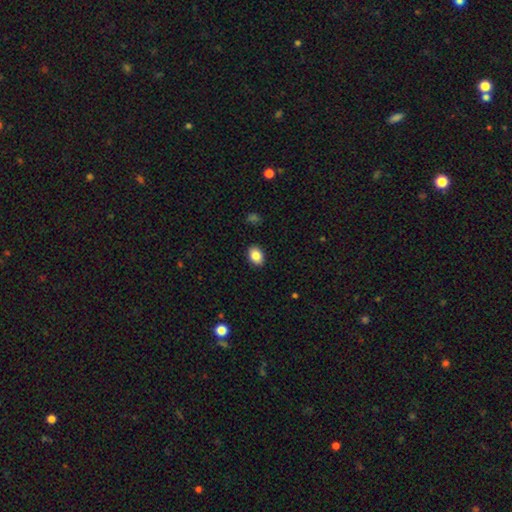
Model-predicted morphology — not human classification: Smooth or featured?
  - smooth: 87% *
  - star or artifact: 8%
  - featured or disk: 5%
How rounded?
  - in between: 76% *
  - round: 23%
  - cigar-shaped: 1%
Merging?
  - none: 90% *
  - minor disturbance: 7%
  - major disturbance: 2%
  - merger: 1%